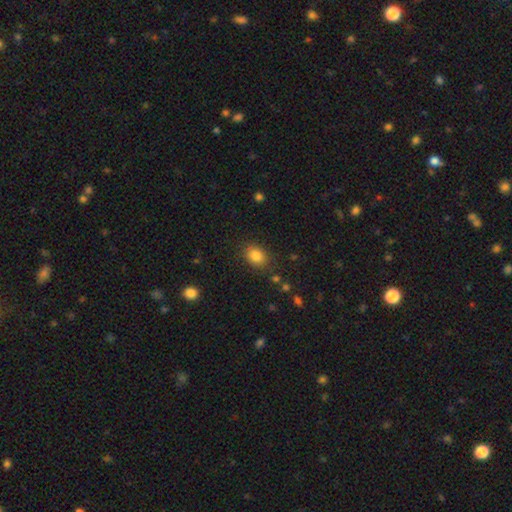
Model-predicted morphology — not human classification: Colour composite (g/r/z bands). It shows a smooth galaxy with no disk features (85%) that is in between round and cigar-shaped (65%). Merging: none (83%).